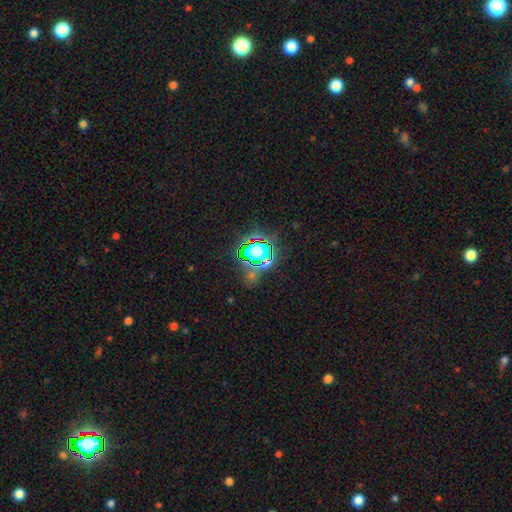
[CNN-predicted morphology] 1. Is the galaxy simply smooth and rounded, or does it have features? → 78% star or artifact, 14% smooth, 8% featured or disk.